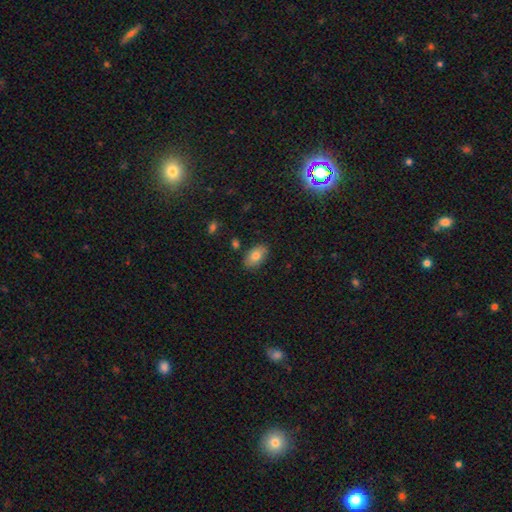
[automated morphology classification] Overall: smooth (78%). How rounded: in between (92%). Merging: none (85%).